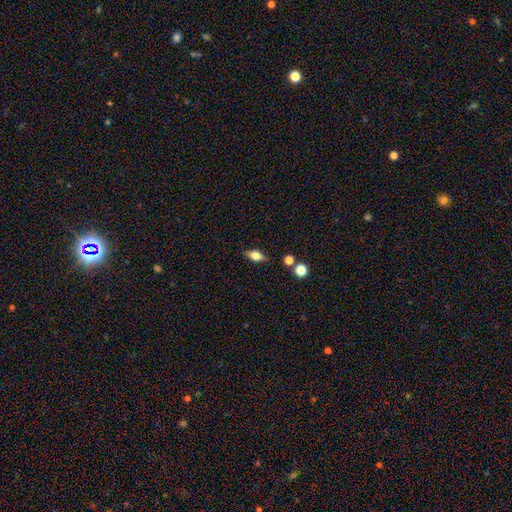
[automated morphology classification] Smooth or featured?
  - smooth: 59% *
  - featured or disk: 31%
  - star or artifact: 10%
How rounded?
  - in between: 77% *
  - cigar-shaped: 13%
  - round: 10%
Merging?
  - none: 82% *
  - minor disturbance: 12%
  - merger: 3%
  - major disturbance: 3%